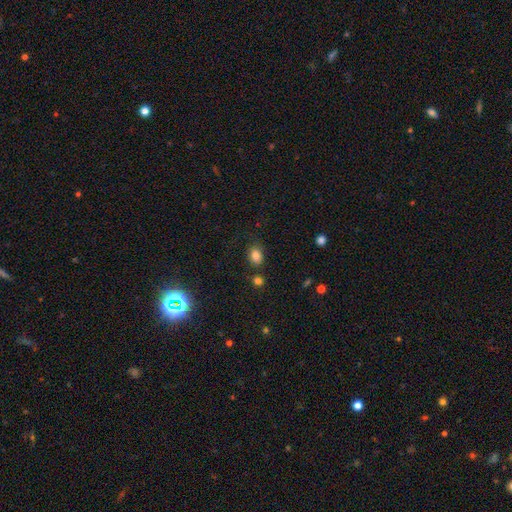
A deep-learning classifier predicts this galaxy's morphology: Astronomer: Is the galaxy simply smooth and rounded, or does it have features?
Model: smooth — 82%.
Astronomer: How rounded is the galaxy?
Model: in between — 57% (runner-up: round, 42%).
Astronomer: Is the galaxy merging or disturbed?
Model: none — 74%.